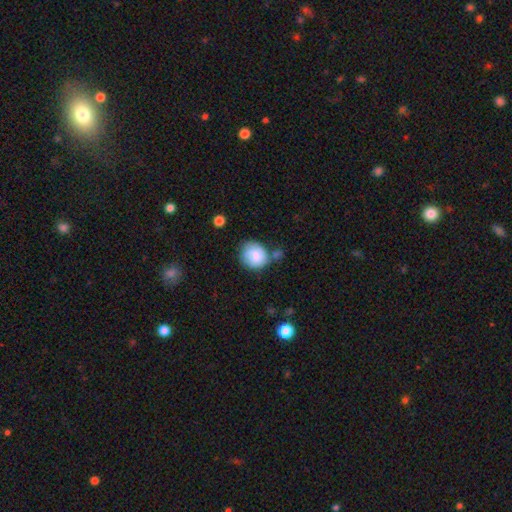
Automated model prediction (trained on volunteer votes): Q: Smooth or featured?
A: smooth (80%); runner-up: featured or disk (13%)
Q: How rounded?
A: round (79%); runner-up: in between (20%)
Q: Merging?
A: none (52%); runner-up: minor disturbance (26%)